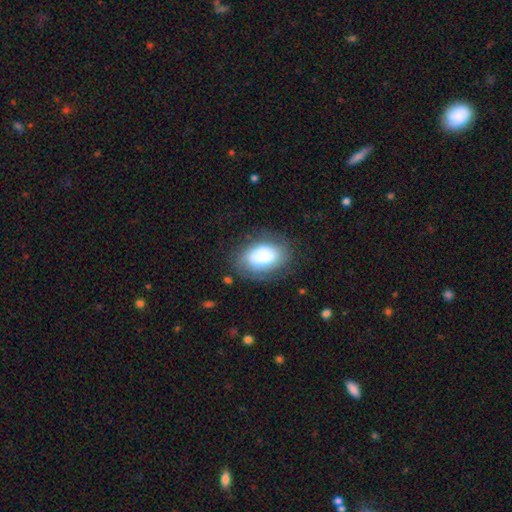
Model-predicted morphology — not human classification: Overall: smooth (78%). How rounded: in between (86%). Merging: none (72%).